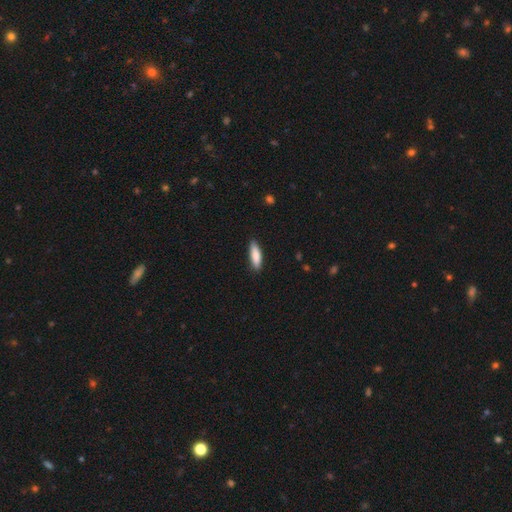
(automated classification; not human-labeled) This is clearly a smooth galaxy (82%). How rounded: possibly cigar-shaped (55%). Merging: clearly none (86%).